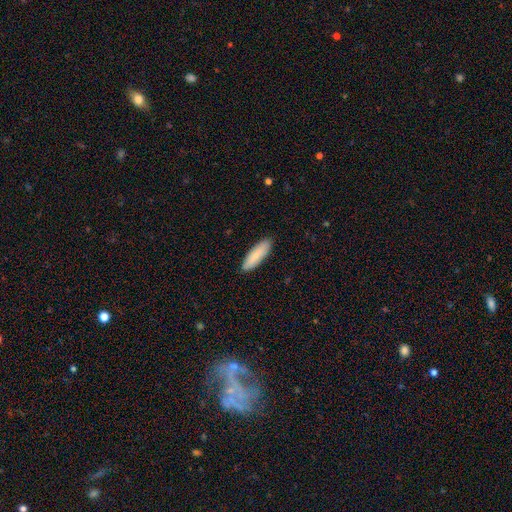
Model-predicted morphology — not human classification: Smooth or featured? smooth (83%)
How rounded? cigar-shaped (51%)
Merging? none (89%)